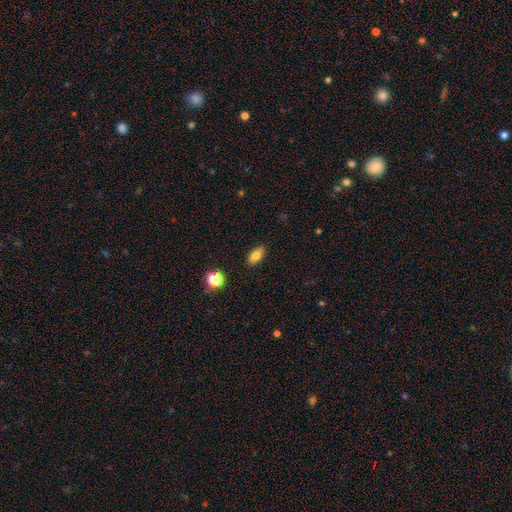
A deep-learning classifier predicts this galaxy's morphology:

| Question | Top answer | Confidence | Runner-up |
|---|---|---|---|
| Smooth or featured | smooth | 80% | featured or disk (10%) |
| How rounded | in between | 85% | cigar-shaped (8%) |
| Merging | none | 85% | minor disturbance (11%) |